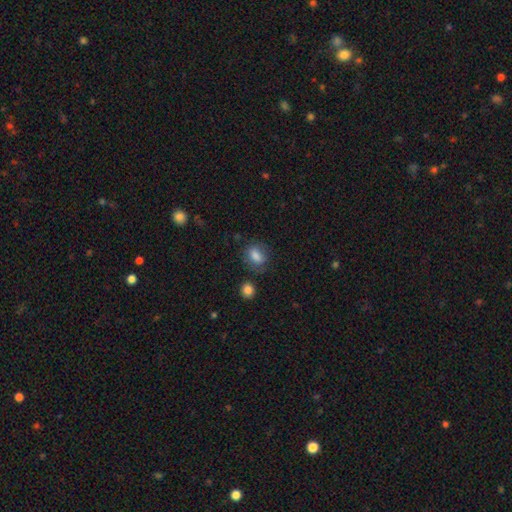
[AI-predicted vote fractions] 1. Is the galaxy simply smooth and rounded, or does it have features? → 81% smooth, 10% featured or disk, 9% star or artifact.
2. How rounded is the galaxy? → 70% in between, 28% round, 2% cigar-shaped.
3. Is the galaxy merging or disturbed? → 70% none, 20% minor disturbance, 7% major disturbance, 3% merger.